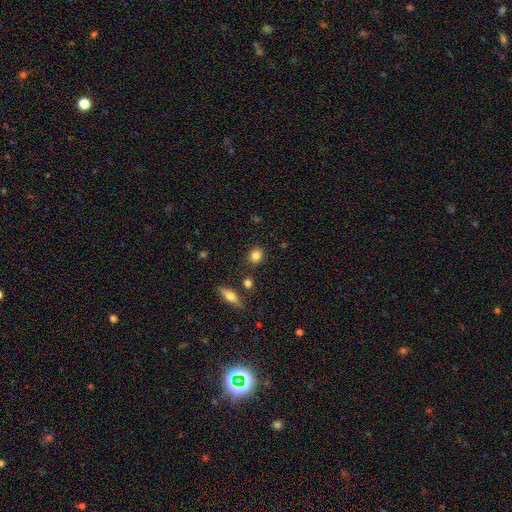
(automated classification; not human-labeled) smooth 83%, star or artifact 9%, featured or disk 7%. Down the decision tree: how rounded — round (76%); merging — none (84%).